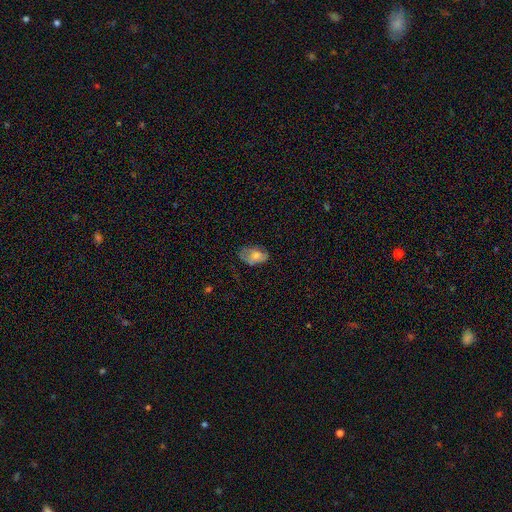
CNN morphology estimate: Q: Smooth or featured?
A: smooth (62%); runner-up: featured or disk (29%)
Q: How rounded?
A: in between (88%); runner-up: round (10%)
Q: Merging?
A: none (60%); runner-up: minor disturbance (28%)